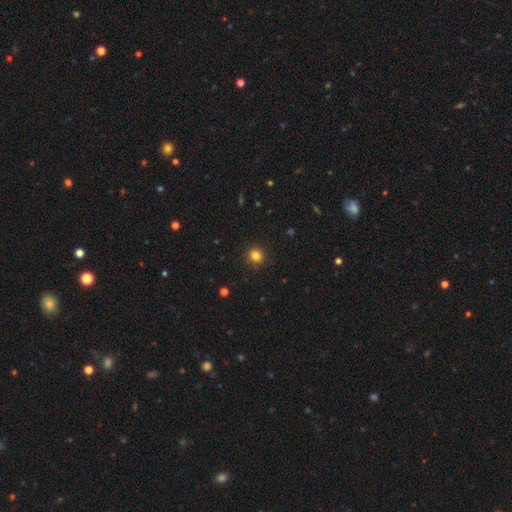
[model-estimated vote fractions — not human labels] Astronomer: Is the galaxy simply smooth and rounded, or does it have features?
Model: smooth — 83%.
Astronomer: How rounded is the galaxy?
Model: round — 93%.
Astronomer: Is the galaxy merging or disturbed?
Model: none — 91%.